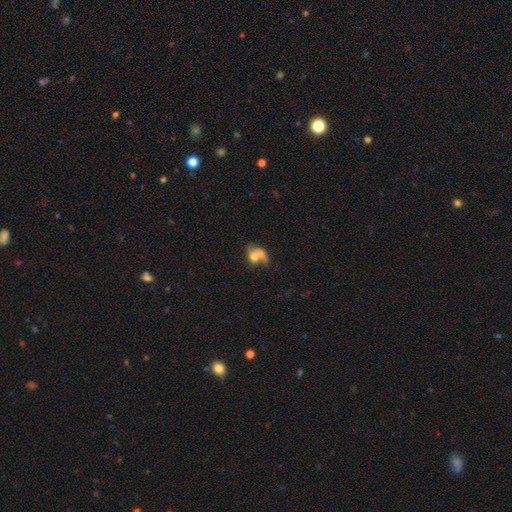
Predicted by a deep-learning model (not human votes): The model was most divided on "how rounded": in between: 62%, round: 35%, cigar-shaped: 4%. More confident: smooth or featured — smooth (63%); merging — merger (59%).